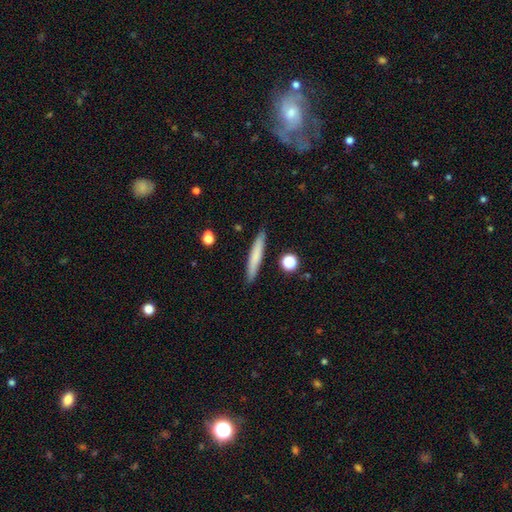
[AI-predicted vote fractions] smooth_or_featured: smooth (p=0.72) [alt: featured or disk p=0.21]
how_rounded: cigar-shaped (p=0.94) [alt: in between p=0.05]
merging: none (p=0.89) [alt: minor disturbance p=0.07]